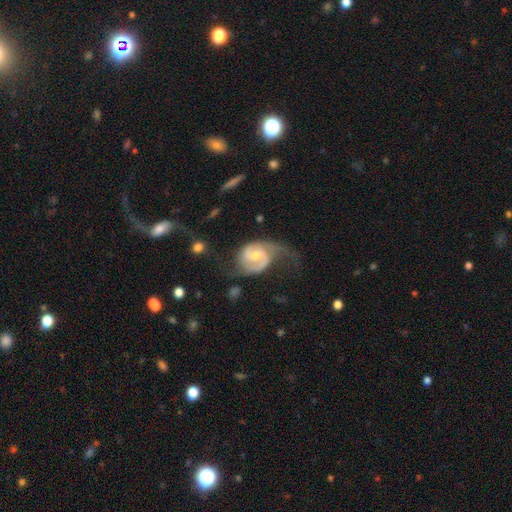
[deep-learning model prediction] featured or disk 83%, smooth 11%, star or artifact 5%. Down the decision tree: edge-on disk — no (98%); bar — no (45%); spiral arms — yes (95%); spiral arm count — 2 (84%); spiral winding — medium (45%); bulge size — moderate (62%); merging — none (44%).